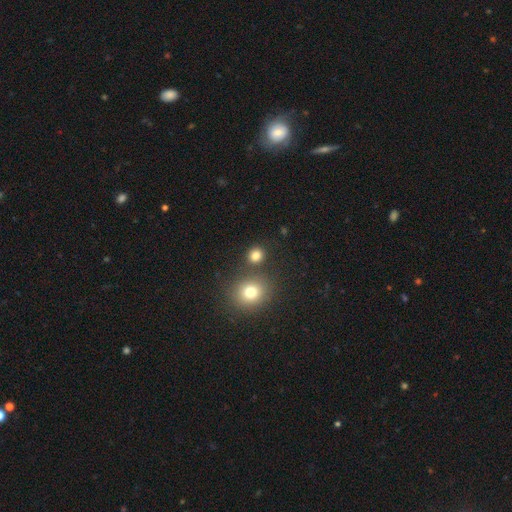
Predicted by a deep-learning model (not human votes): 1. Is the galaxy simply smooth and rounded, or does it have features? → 81% smooth, 14% star or artifact, 5% featured or disk.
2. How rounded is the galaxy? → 83% round, 16% in between, 1% cigar-shaped.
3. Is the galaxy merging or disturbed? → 79% none, 11% merger, 7% minor disturbance, 3% major disturbance.